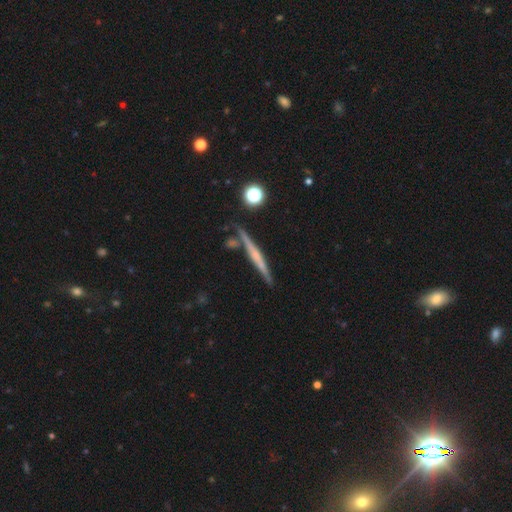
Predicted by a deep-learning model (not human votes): Q: Smooth or featured?
A: featured or disk (61%); runner-up: smooth (31%)
Q: Edge-on disk?
A: yes (97%); runner-up: no (3%)
Q: Edge-on bulge?
A: none (56%); runner-up: rounded (32%)
Q: Merging?
A: none (82%); runner-up: minor disturbance (9%)